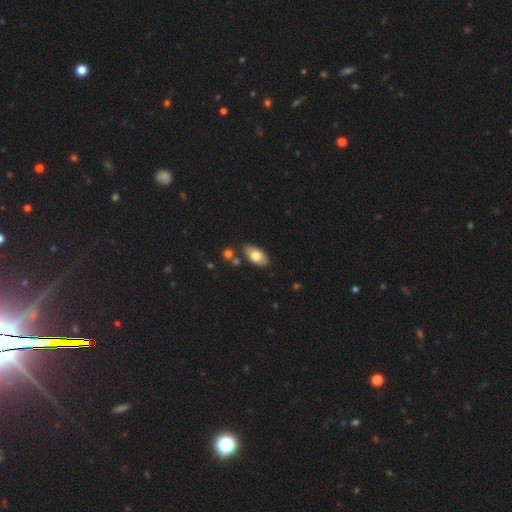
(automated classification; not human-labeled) smooth-or-featured: smooth: 75% | featured or disk: 19% | star or artifact: 6%
  how-rounded: in between: 92% | cigar-shaped: 4% | round: 3%
  merging: none: 79% | minor disturbance: 12% | merger: 6% | major disturbance: 2%